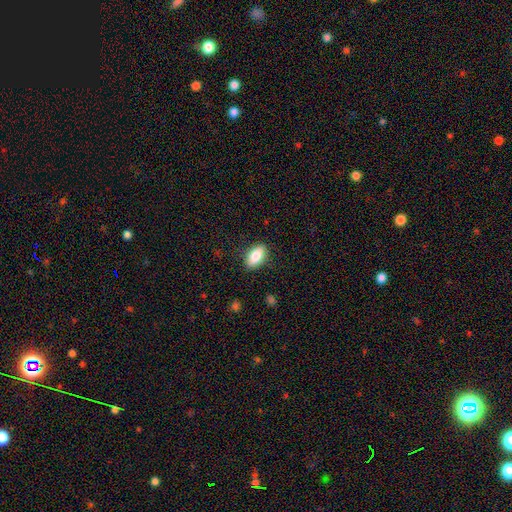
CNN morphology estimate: Overall: smooth (82%). How rounded: in between (88%). Merging: none (86%).